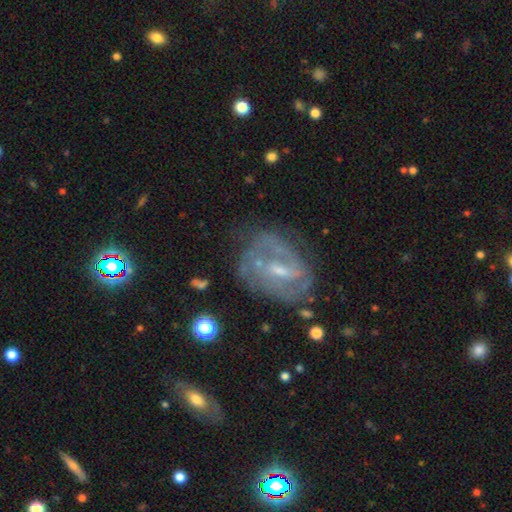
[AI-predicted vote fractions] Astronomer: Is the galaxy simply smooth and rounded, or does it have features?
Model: featured or disk — 71%.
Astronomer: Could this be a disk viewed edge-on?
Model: no — 93%.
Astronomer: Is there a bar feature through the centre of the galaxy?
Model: weak — 43% (runner-up: strong, 37%).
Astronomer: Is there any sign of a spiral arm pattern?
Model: yes — 80%.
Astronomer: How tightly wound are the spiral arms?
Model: tight — 54% (runner-up: medium, 32%).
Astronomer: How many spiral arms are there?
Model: can't tell — 38% (runner-up: 2, 37%).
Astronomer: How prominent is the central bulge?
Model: small — 67%.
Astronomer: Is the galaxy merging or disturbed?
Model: none — 69%.